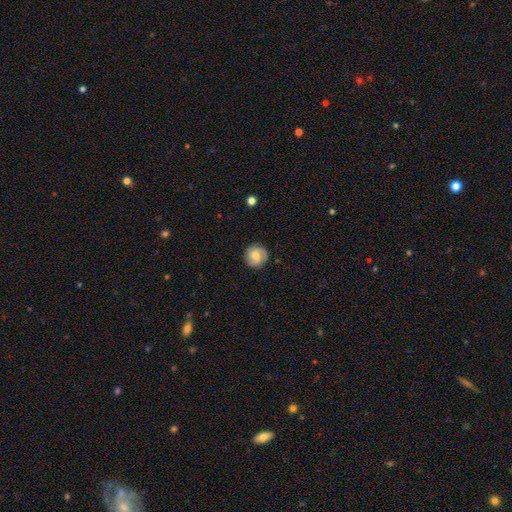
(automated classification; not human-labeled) A smooth galaxy with no disk features (54%) that is round (92%). Merging: none (85%).